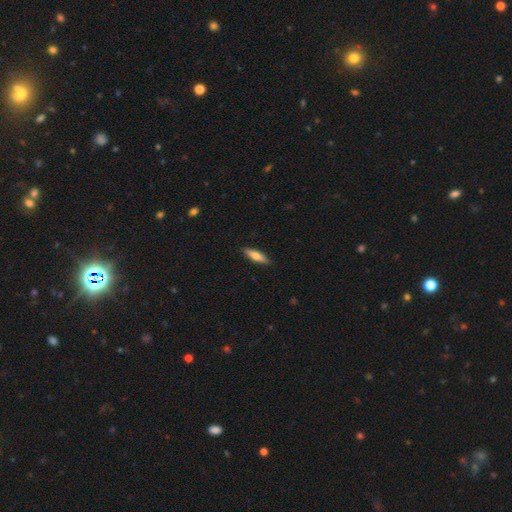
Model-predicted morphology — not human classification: A smooth galaxy with no disk features (67%) that is cigar-shaped (68%).

Vote fractions:
- Smooth or featured? smooth: 67% / featured or disk: 27% / star or artifact: 6%
- How rounded? cigar-shaped: 68% / in between: 31% / round: 2%
- Merging? none: 89% / minor disturbance: 8% / major disturbance: 2% / merger: 1%